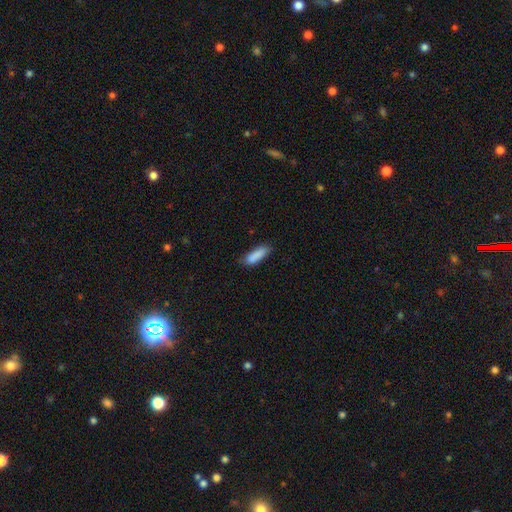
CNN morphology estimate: type=smooth (86%); roundness=cigar-shaped (53%); merging=none (74%).